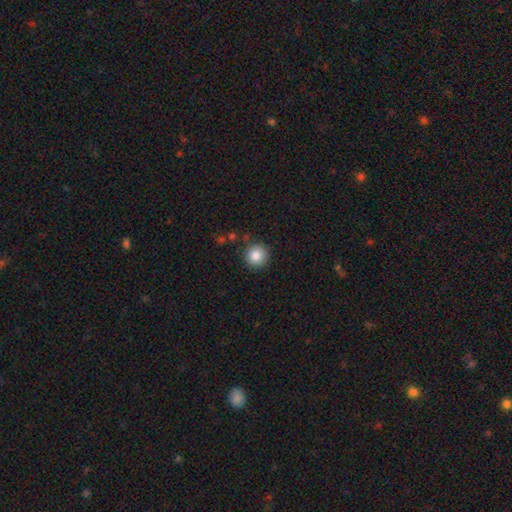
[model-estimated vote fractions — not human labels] Smooth or featured: smooth — 85% (star or artifact — 9%)
How rounded: round — 94% (in between — 5%)
Merging: none — 87% (minor disturbance — 8%)